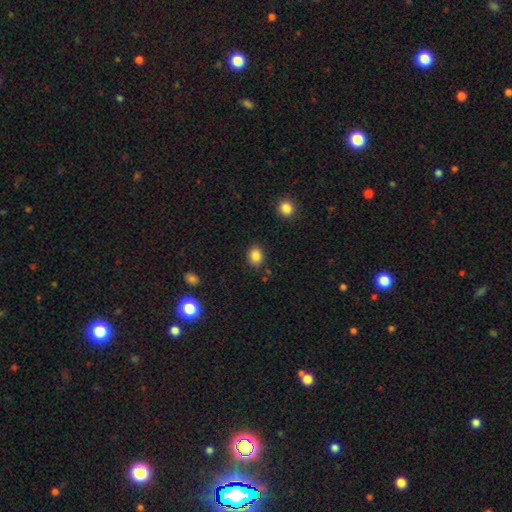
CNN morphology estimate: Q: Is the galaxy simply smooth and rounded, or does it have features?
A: smooth — 86%.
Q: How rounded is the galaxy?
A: round — 55%.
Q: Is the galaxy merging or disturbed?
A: none — 86%.